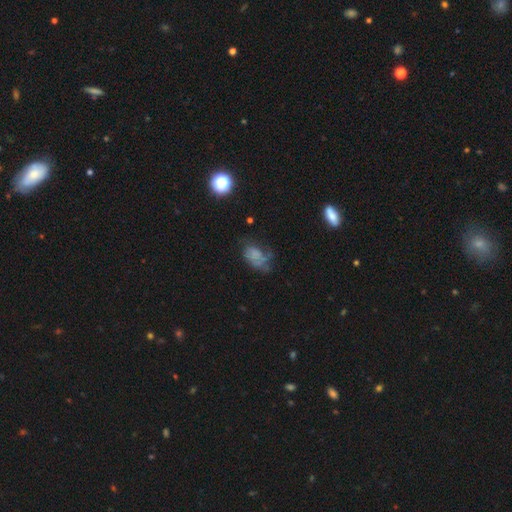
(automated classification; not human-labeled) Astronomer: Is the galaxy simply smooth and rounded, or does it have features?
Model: smooth — 52% (runner-up: featured or disk, 33%).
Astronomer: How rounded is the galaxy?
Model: in between — 82%.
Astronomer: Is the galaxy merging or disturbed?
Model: none — 36% (runner-up: minor disturbance, 30%).